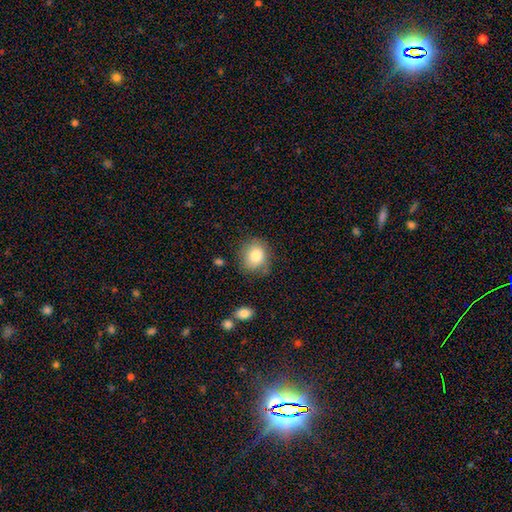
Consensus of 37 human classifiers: Morphology: type=smooth (86%); roundness=round (88%); merging=none (74%).